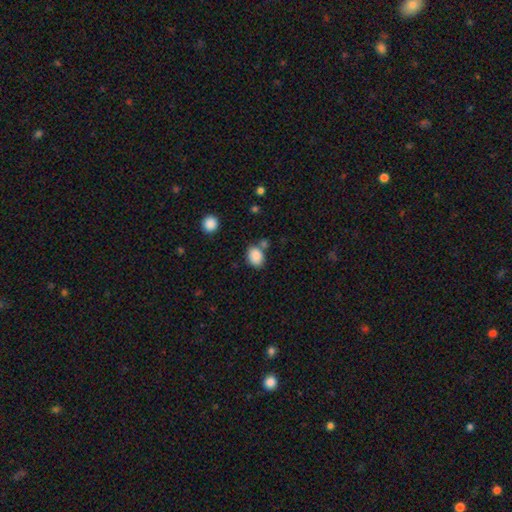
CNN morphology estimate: smooth_or_featured: smooth (p=0.87) [alt: star or artifact p=0.09]
how_rounded: in between (p=0.59) [alt: round p=0.40]
merging: none (p=0.66) [alt: merger p=0.15]